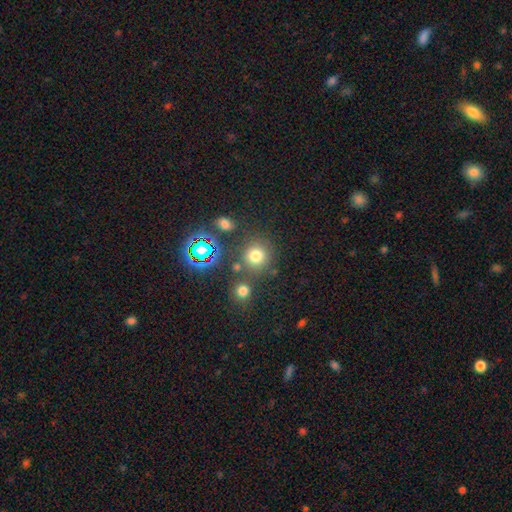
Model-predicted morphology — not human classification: Smooth or featured? Predicted: smooth (p=0.71). How rounded? Predicted: round (p=0.88). Merging? Predicted: none (p=0.74).